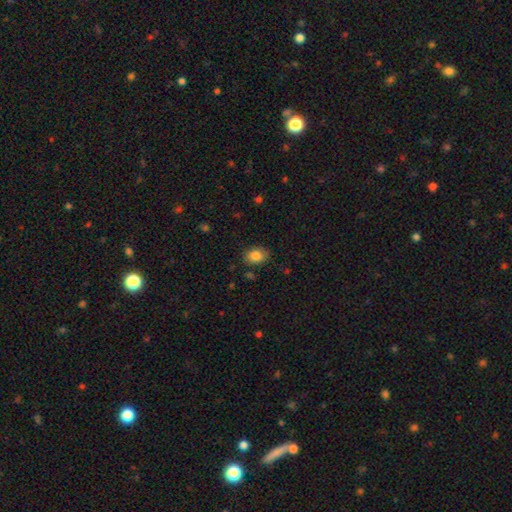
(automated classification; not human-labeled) Smooth or featured?
  - smooth: 84% *
  - star or artifact: 9%
  - featured or disk: 7%
How rounded?
  - in between: 69% *
  - round: 30%
  - cigar-shaped: 1%
Merging?
  - none: 83% *
  - minor disturbance: 12%
  - major disturbance: 3%
  - merger: 2%